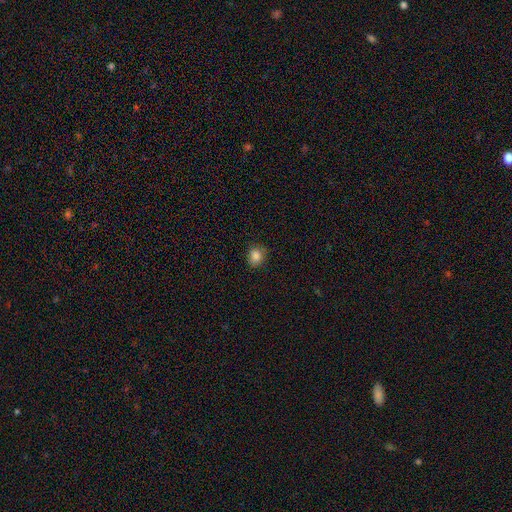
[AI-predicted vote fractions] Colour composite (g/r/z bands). It shows a smooth galaxy with no disk features (85%) that is round (61%). Merging: none (79%).